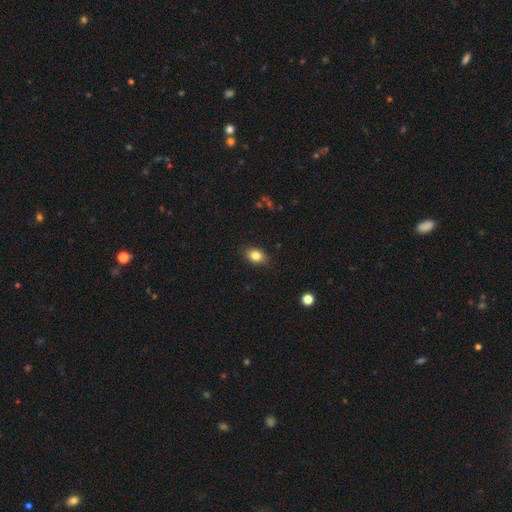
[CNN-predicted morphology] Smooth or featured: smooth — 83% (star or artifact — 9%)
How rounded: in between — 74% (round — 24%)
Merging: none — 86% (minor disturbance — 11%)